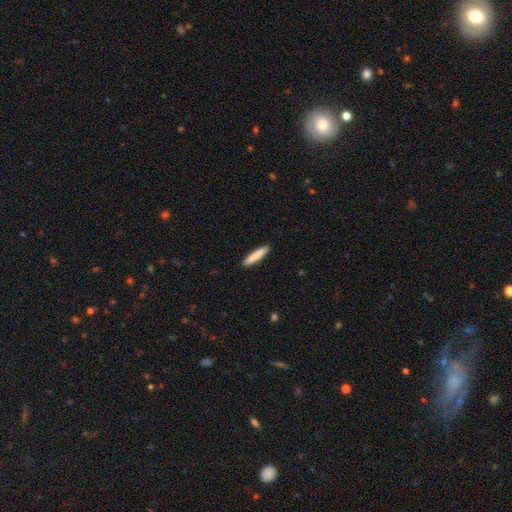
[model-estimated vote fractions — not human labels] Morphology: type=smooth (84%); roundness=cigar-shaped (91%); merging=none (91%).